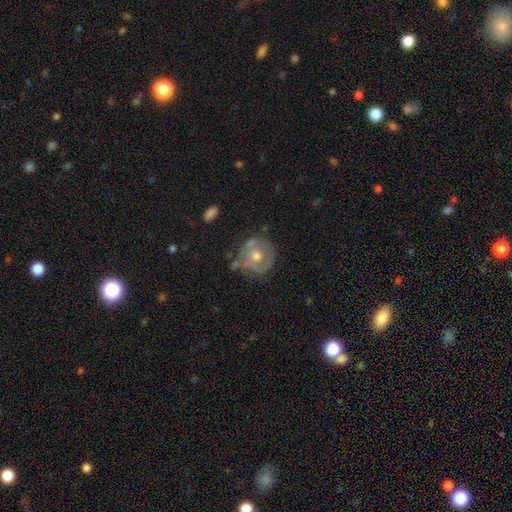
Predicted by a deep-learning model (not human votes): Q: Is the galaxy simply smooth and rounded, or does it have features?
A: featured or disk — 62%.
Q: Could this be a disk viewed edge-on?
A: no — 96%.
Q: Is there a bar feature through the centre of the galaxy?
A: no — 79%.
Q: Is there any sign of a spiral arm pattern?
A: no — 51%.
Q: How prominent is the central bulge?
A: moderate — 74%.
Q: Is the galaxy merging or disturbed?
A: none — 60%.